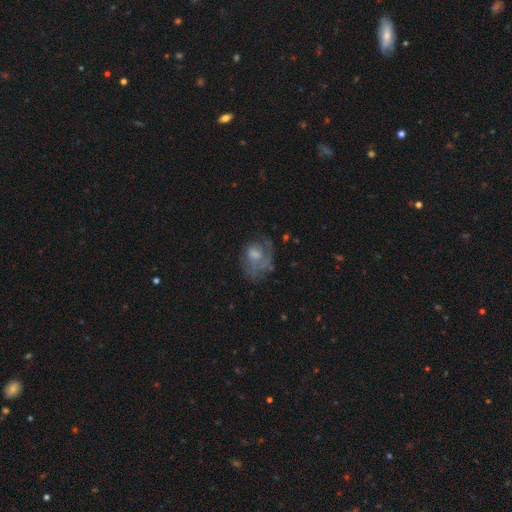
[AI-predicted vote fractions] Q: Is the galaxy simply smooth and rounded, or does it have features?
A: featured or disk — 51%.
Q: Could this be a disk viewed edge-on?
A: no — 97%.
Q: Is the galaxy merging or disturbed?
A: none — 39%.